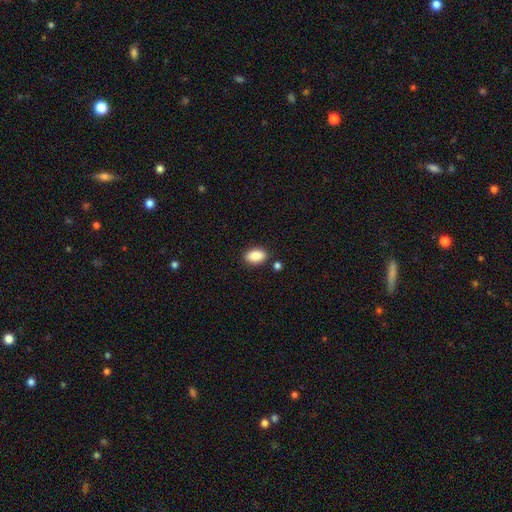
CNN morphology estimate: Smooth or featured: smooth — 88% (star or artifact — 7%)
How rounded: in between — 90% (round — 8%)
Merging: none — 85% (minor disturbance — 9%)